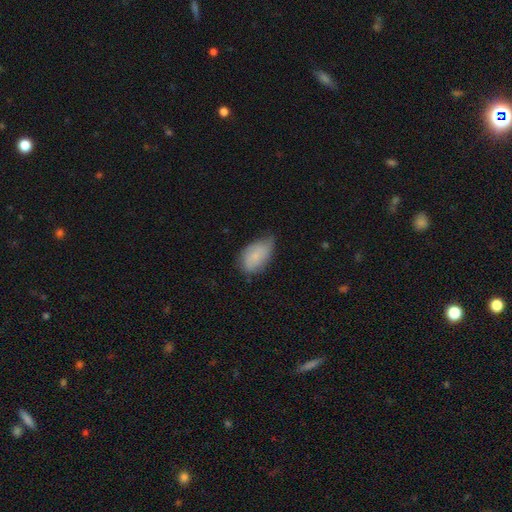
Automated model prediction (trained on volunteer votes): smooth-or-featured: smooth: 79% | featured or disk: 14% | star or artifact: 7%
  how-rounded: in between: 92% | round: 6% | cigar-shaped: 2%
  merging: none: 46% | minor disturbance: 44% | major disturbance: 8% | merger: 2%